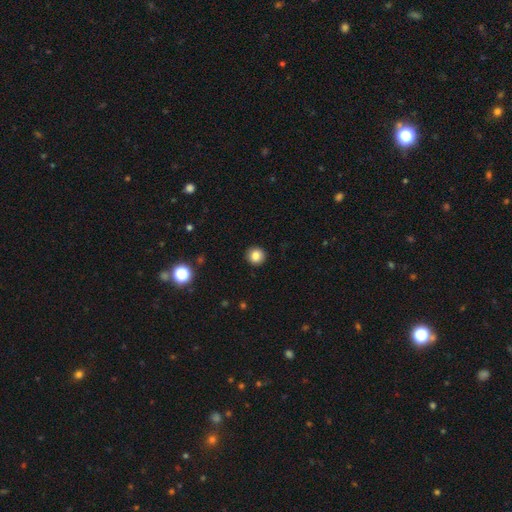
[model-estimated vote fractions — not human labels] This appears to be a smooth galaxy with no disk features (85%) that is round (94%). Merging: none (93%).